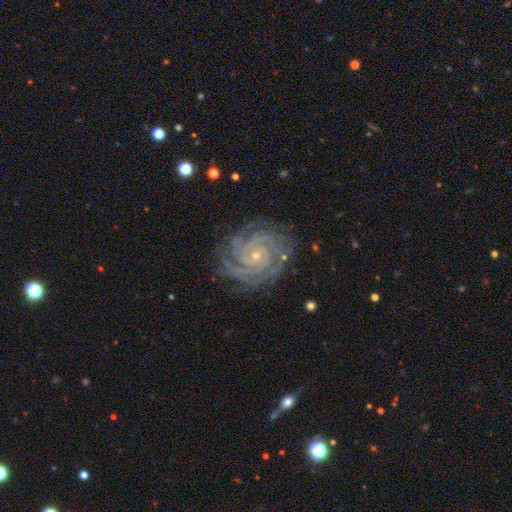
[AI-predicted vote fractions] Morphology: type=featured or disk (90%); edge-on=no (98%); bar=no (76%); spiral arms=yes (99%); winding=tight (82%); arm count=4 (26%); bulge=small (83%); merging=none (82%).